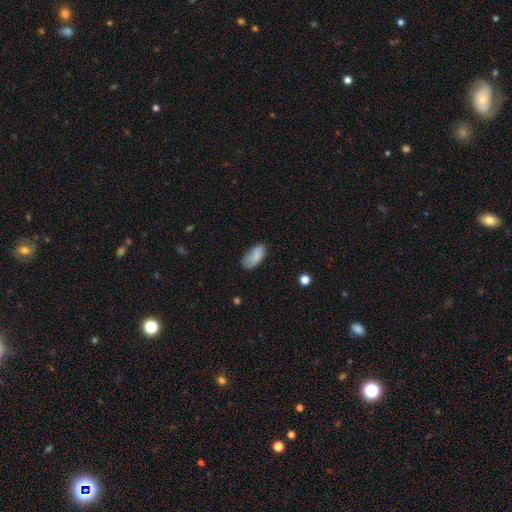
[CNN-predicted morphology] A smooth galaxy with no disk features (82%) that is in between round and cigar-shaped (93%).

Vote fractions:
- Smooth or featured? smooth: 82% / featured or disk: 10% / star or artifact: 7%
- How rounded? in between: 93% / cigar-shaped: 4% / round: 3%
- Merging? none: 64% / minor disturbance: 27% / major disturbance: 7% / merger: 2%